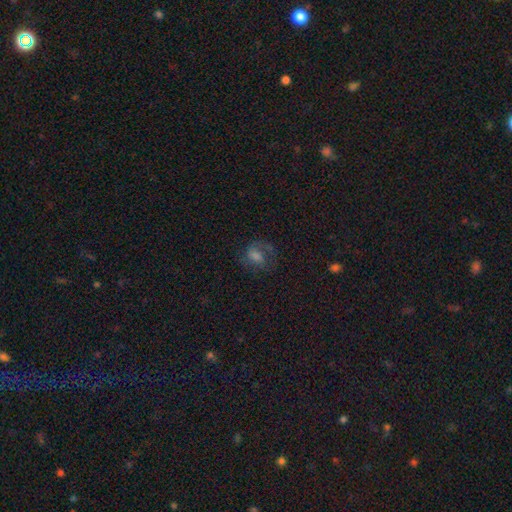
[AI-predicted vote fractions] This appears to be a featured or disk galaxy (44%). Merging: none (57%).